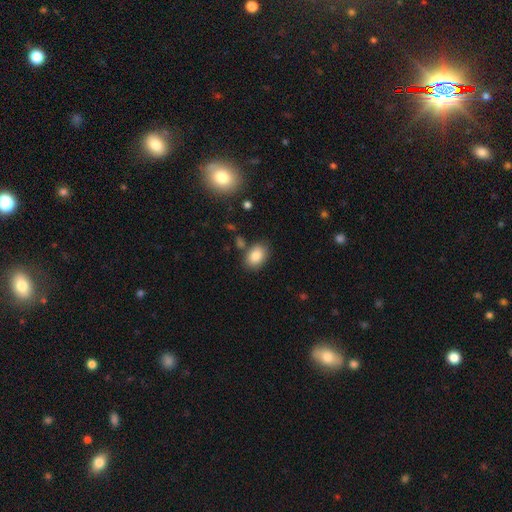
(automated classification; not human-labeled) A smooth galaxy with no disk features (84%) that is in between round and cigar-shaped (78%). Merging: none (77%).